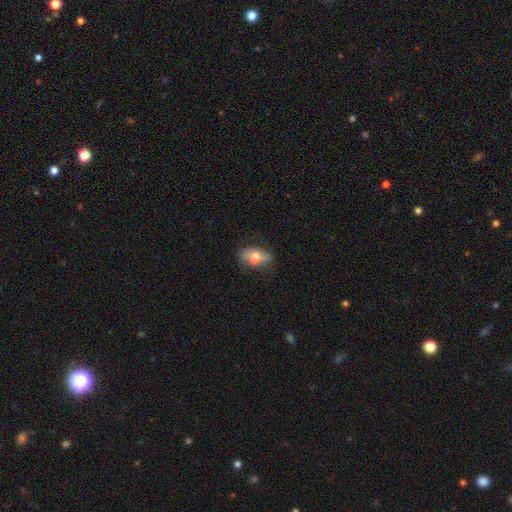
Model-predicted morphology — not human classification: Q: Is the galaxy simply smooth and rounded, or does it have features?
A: smooth — 52%.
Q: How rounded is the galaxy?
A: in between — 82%.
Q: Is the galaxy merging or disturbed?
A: none — 51%.